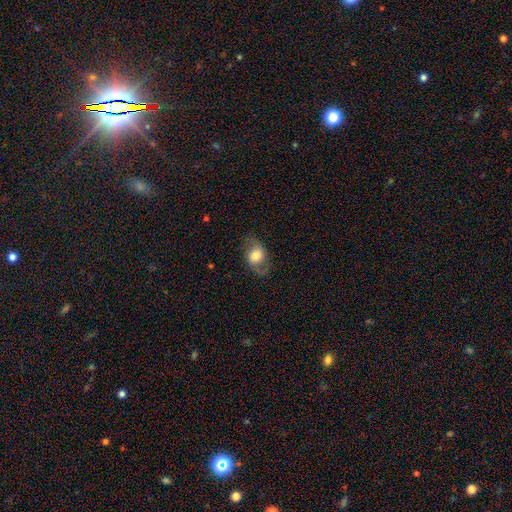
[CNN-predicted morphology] smooth-or-featured: featured or disk: 51% | smooth: 41% | star or artifact: 8%
  disk-edge-on: no: 93% | yes: 7%
  merging: none: 75% | minor disturbance: 15% | major disturbance: 9% | merger: 1%